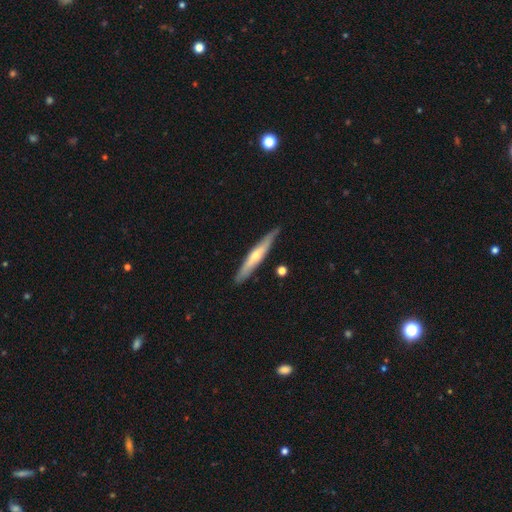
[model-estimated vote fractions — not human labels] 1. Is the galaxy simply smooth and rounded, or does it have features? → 58% featured or disk, 37% smooth, 5% star or artifact.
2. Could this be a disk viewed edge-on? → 91% yes, 9% no.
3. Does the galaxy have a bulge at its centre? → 77% rounded, 20% none, 3% boxy.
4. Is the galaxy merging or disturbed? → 85% none, 11% minor disturbance, 2% major disturbance, 2% merger.